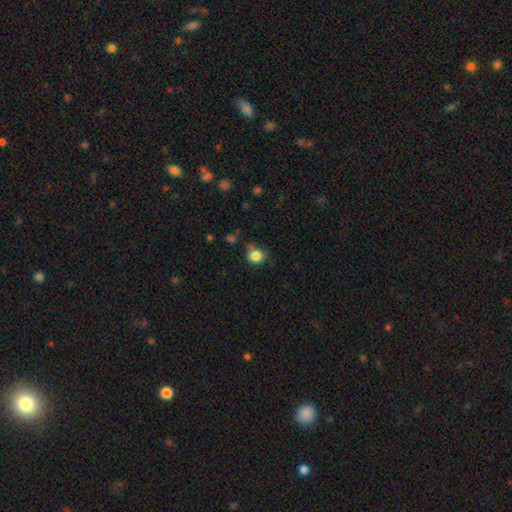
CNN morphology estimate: Smooth or featured: smooth — 83% (star or artifact — 11%)
How rounded: round — 74% (in between — 25%)
Merging: none — 66% (minor disturbance — 22%)